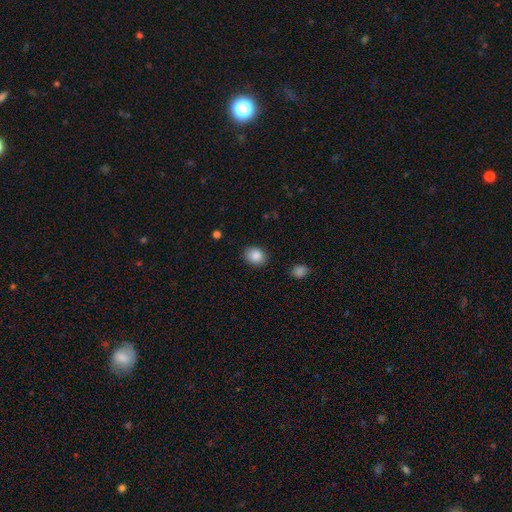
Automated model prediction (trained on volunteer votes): Morphology: type=smooth (87%); roundness=round (57%); merging=none (87%).